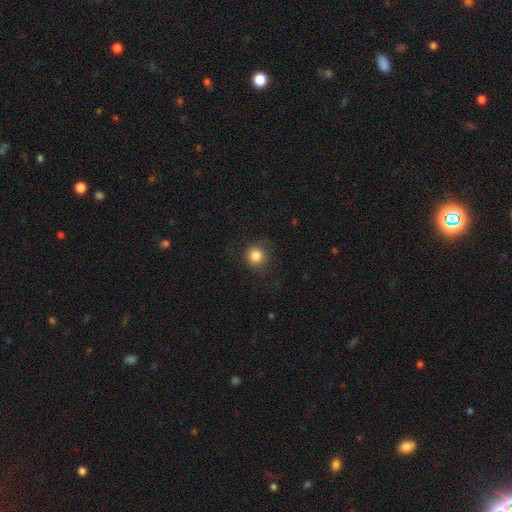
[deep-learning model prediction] The model was most divided on "merging": none: 83%, minor disturbance: 11%, major disturbance: 5%, merger: 1%. More confident: how rounded — round (92%); smooth or featured — smooth (84%).